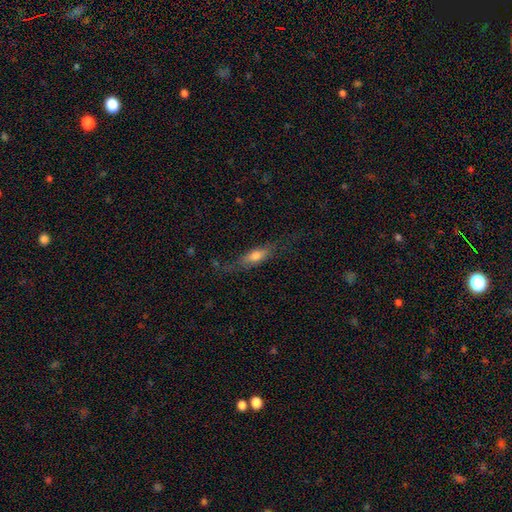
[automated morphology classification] type=smooth (59%); roundness=cigar-shaped (49%); merging=none (62%).